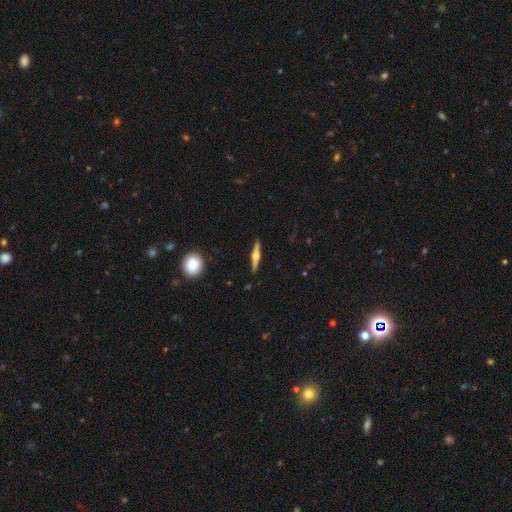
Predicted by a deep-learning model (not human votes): Smooth or featured? featured or disk (70%)
Edge-on disk? yes (97%)
Edge-on bulge? rounded (94%)
Merging? none (90%)